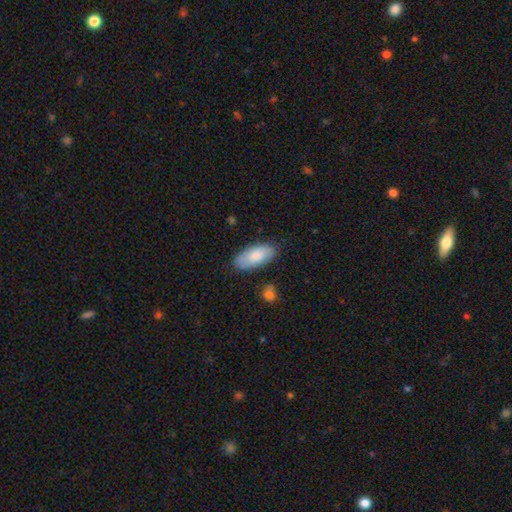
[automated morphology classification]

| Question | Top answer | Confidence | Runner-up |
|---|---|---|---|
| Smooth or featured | smooth | 83% | featured or disk (12%) |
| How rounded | in between | 89% | cigar-shaped (9%) |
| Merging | none | 82% | minor disturbance (13%) |